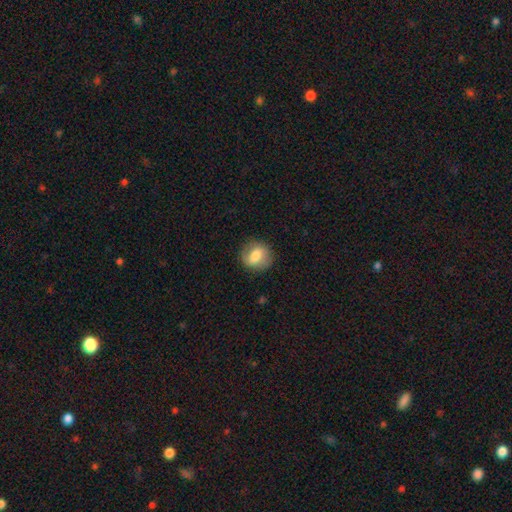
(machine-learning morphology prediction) Overall: smooth (69%). How rounded: round (70%). Merging: none (83%).